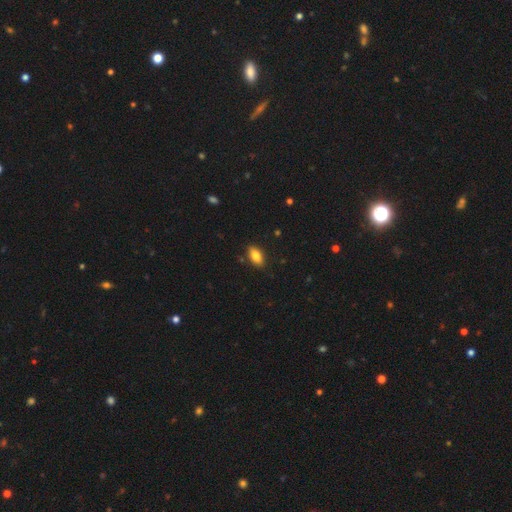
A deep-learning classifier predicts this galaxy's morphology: Smooth or featured?
  - smooth: 83% *
  - featured or disk: 9%
  - star or artifact: 8%
How rounded?
  - in between: 90% *
  - cigar-shaped: 6%
  - round: 4%
Merging?
  - none: 85% *
  - minor disturbance: 11%
  - major disturbance: 2%
  - merger: 2%